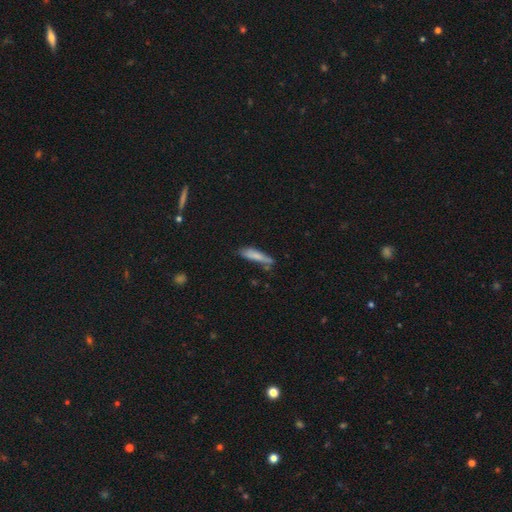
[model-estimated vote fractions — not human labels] smooth 76%, featured or disk 16%, star or artifact 7%. Down the decision tree: how rounded — cigar-shaped (73%); merging — none (55%).